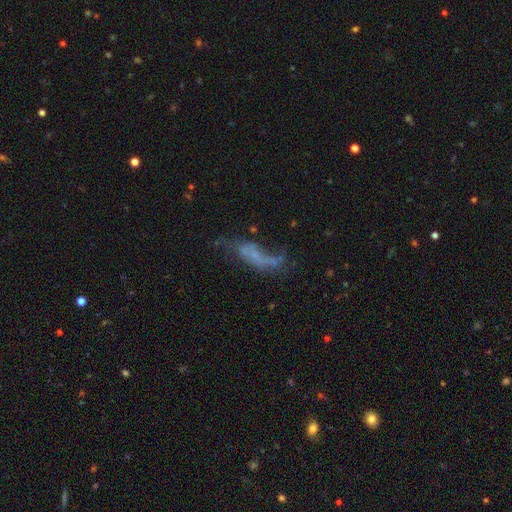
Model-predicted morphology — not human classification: A featured or disk galaxy (55%). Merging: major disturbance (37%).